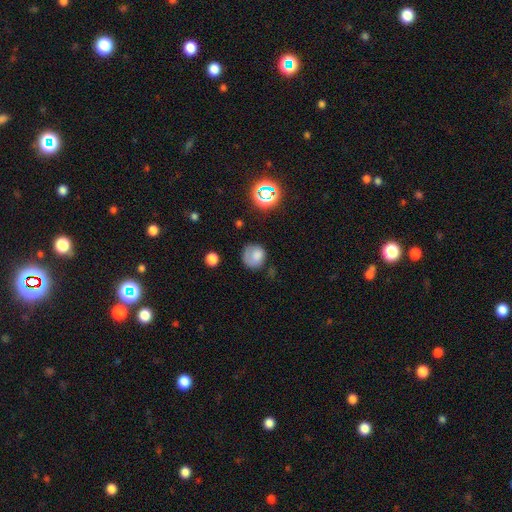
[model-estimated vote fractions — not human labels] Smooth or featured: smooth — 71% (featured or disk — 16%)
How rounded: round — 78% (in between — 21%)
Merging: none — 56% (minor disturbance — 25%)